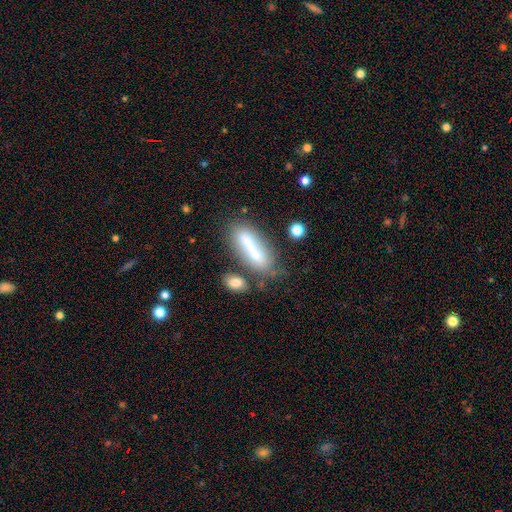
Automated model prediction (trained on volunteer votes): Q: Smooth or featured?
A: smooth (63%); runner-up: featured or disk (28%)
Q: How rounded?
A: cigar-shaped (58%); runner-up: in between (38%)
Q: Merging?
A: none (53%); runner-up: minor disturbance (20%)